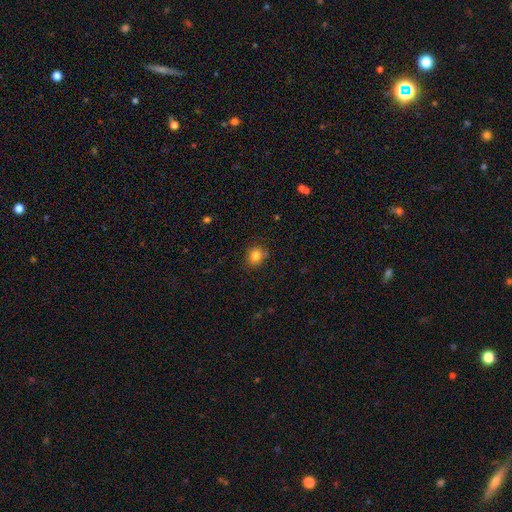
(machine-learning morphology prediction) Overall: smooth (82%). How rounded: round (75%). Merging: none (82%).